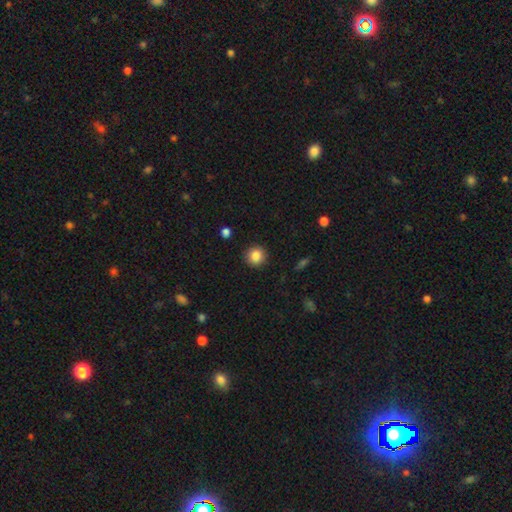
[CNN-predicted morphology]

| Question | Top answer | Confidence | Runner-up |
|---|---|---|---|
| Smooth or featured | smooth | 86% | star or artifact (9%) |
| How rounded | round | 93% | in between (6%) |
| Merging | none | 91% | minor disturbance (6%) |